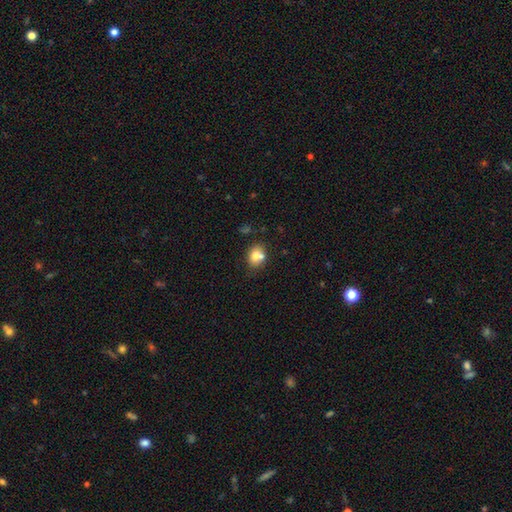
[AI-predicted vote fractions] This appears to be a smooth galaxy with no disk features (73%) that is round (50%). Merging: none (51%).